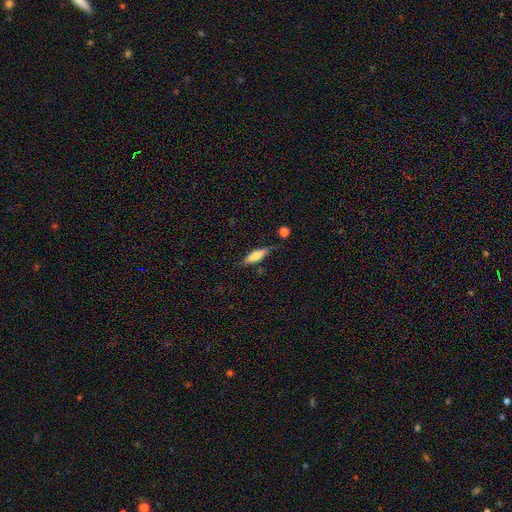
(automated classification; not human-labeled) Morphology: type=smooth (64%); roundness=cigar-shaped (65%); merging=none (75%).